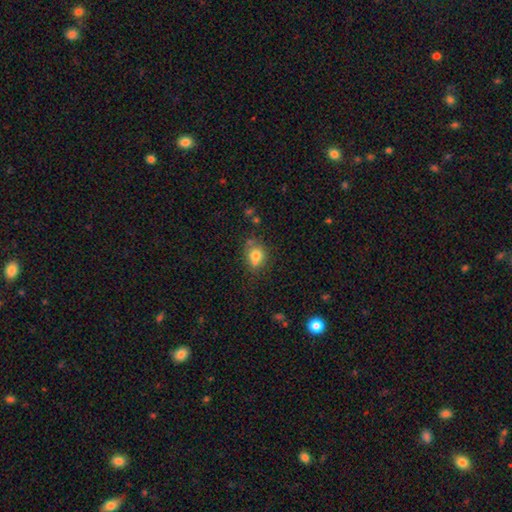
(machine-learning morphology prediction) Smooth or featured? smooth (76%)
How rounded? round (61%)
Merging? none (55%)